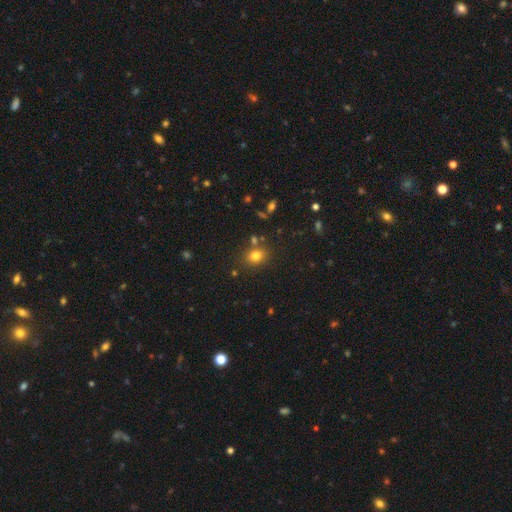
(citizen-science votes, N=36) Smooth or featured: smooth — 94% (featured or disk — 3%)
How rounded: round — 50% (tied with in between — 50%)
Merging: none — 86% (minor disturbance — 9%)